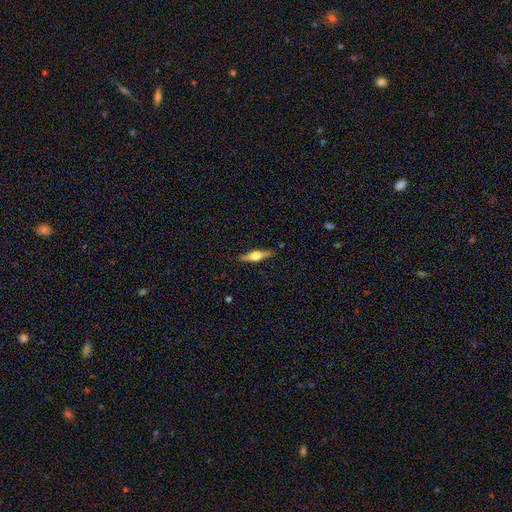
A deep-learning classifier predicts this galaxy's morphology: This is likely a featured or disk galaxy (70%). It is clearly viewed edge-on (97%). Edge-on bulge: clearly rounded (94%). Merging: clearly none (88%).